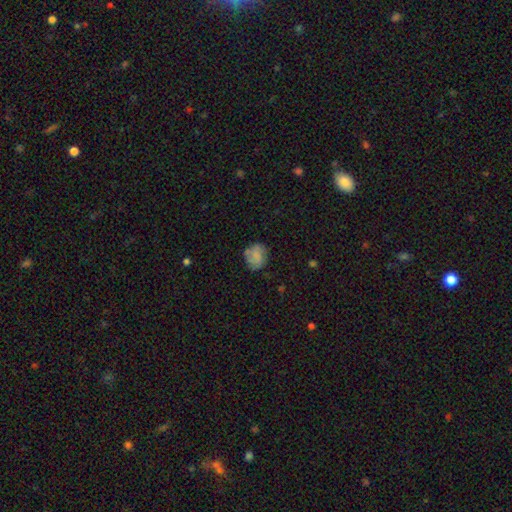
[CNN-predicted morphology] smooth-or-featured: smooth: 64% | featured or disk: 27% | star or artifact: 9%
  how-rounded: round: 65% | in between: 33% | cigar-shaped: 1%
  merging: none: 64% | minor disturbance: 23% | major disturbance: 9% | merger: 4%